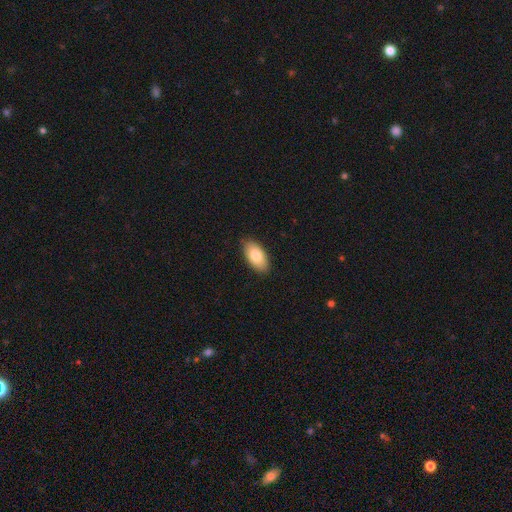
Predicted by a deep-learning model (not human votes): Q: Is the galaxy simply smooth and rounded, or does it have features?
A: smooth — 82%.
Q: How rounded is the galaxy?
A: in between — 94%.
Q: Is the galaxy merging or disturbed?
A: none — 87%.